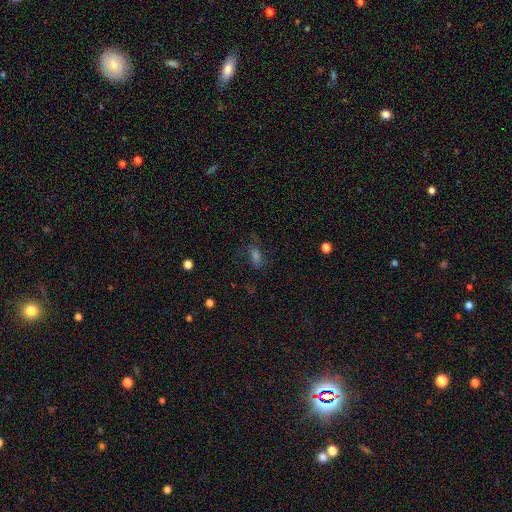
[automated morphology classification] smooth_or_featured: smooth (p=0.43) [alt: star or artifact p=0.30]
merging: none (p=0.65) [alt: minor disturbance p=0.18]